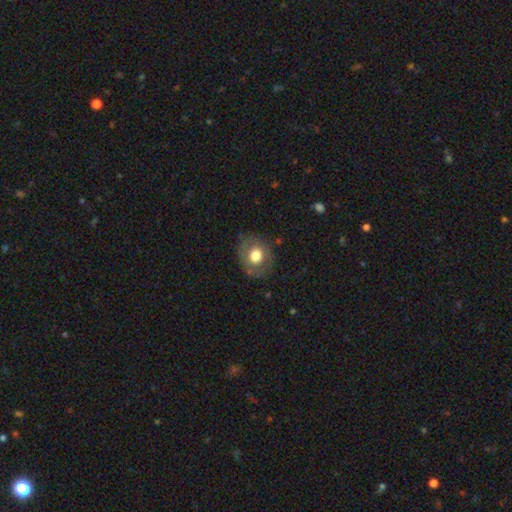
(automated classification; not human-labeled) Overall: smooth (65%; featured or disk 26%). How rounded: round (65%; in between 34%). Merging: none (79%).